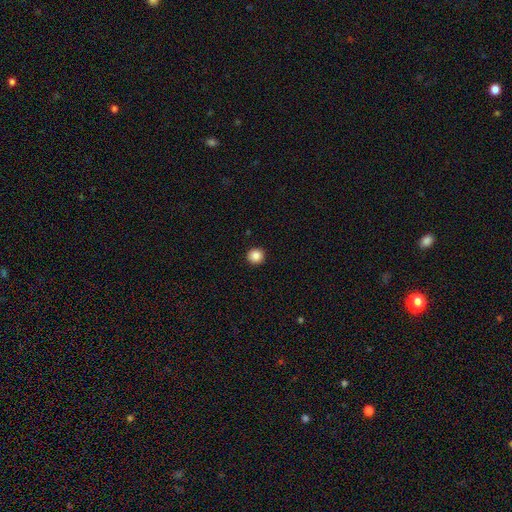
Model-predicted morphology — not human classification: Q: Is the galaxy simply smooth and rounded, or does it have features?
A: smooth — 87%.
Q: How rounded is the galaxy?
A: round — 95%.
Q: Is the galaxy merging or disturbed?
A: none — 93%.